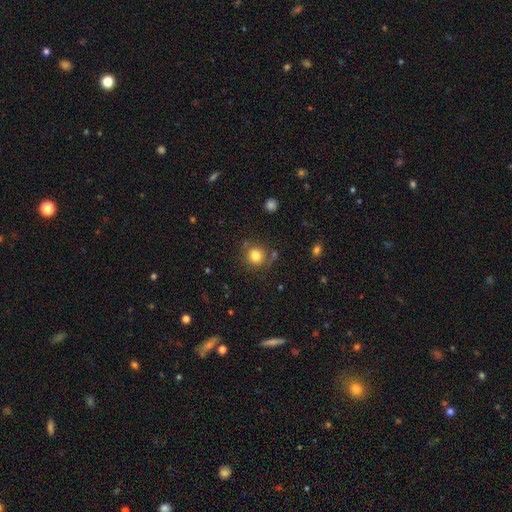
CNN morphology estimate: smooth_or_featured: smooth (p=0.80) [alt: star or artifact p=0.12]
how_rounded: round (p=0.89) [alt: in between p=0.10]
merging: none (p=0.77) [alt: minor disturbance p=0.11]